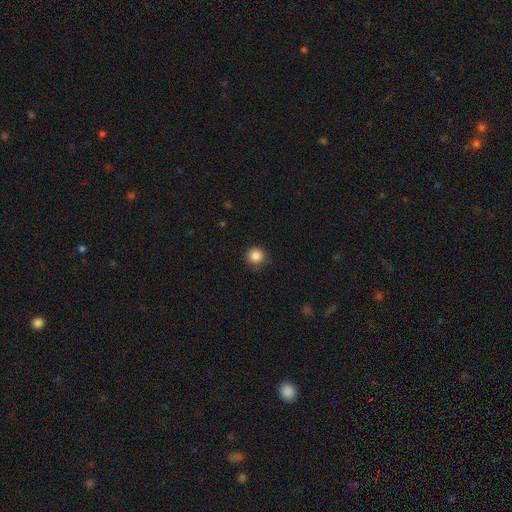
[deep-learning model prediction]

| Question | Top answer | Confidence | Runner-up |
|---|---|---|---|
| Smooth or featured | smooth | 86% | star or artifact (11%) |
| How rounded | round | 95% | in between (4%) |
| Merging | none | 85% | minor disturbance (11%) |